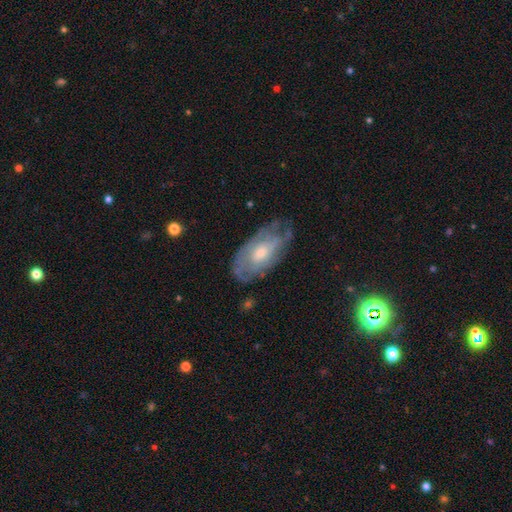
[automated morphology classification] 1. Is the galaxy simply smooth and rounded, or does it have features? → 66% featured or disk, 27% smooth, 7% star or artifact.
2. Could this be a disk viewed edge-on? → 90% no, 10% yes.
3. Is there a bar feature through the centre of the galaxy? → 72% no, 24% weak, 4% strong.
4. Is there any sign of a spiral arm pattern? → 69% yes, 31% no.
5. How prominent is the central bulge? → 51% moderate, 42% small, 4% large, 2% none, 1% dominant.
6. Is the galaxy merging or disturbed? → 64% none, 25% minor disturbance, 9% major disturbance, 2% merger.